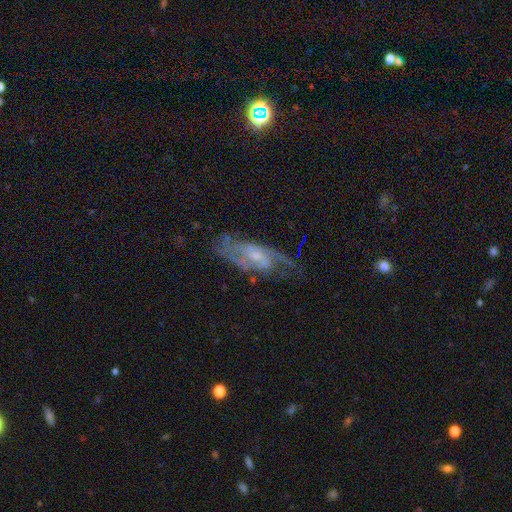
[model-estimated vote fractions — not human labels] Smooth or featured?
  - featured or disk: 80% *
  - smooth: 13%
  - star or artifact: 7%
Edge-on disk?
  - no: 89% *
  - yes: 11%
Bar?
  - no: 48% *
  - weak: 42%
  - strong: 10%
Spiral arms?
  - yes: 91% *
  - no: 9%
Spiral winding?
  - medium: 47% *
  - tight: 31%
  - loose: 22%
Spiral arm count?
  - 2: 58% *
  - can't tell: 24%
  - 3: 8%
  - 1: 5%
  - 4: 3%
  - more than 4: 3%
Bulge size?
  - small: 56% *
  - moderate: 32%
  - none: 8%
  - large: 3%
  - dominant: 1%
Merging?
  - none: 61% *
  - minor disturbance: 22%
  - major disturbance: 15%
  - merger: 3%